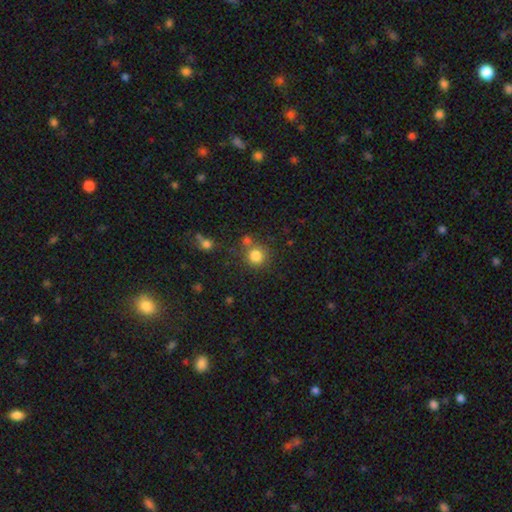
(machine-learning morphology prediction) type=smooth (82%); roundness=round (91%); merging=none (69%).